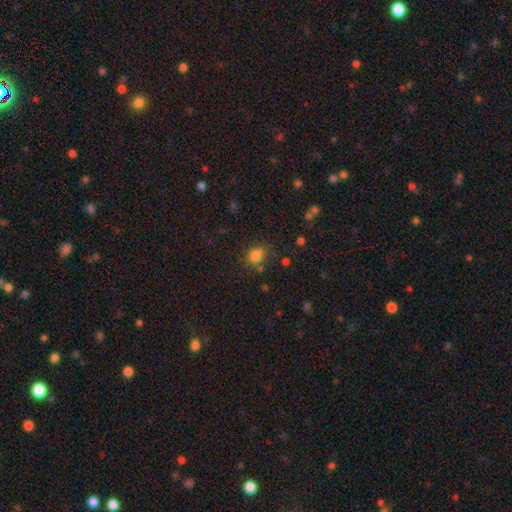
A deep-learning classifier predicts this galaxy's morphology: Smooth or featured? smooth (79%)
How rounded? round (51%)
Merging? none (68%)